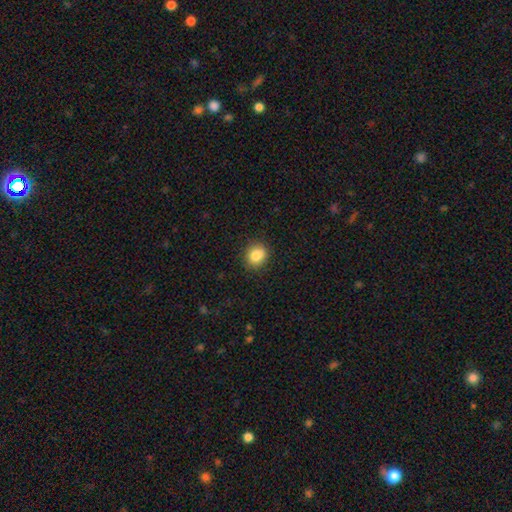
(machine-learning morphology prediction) Smooth or featured: smooth — 83% (star or artifact — 10%)
How rounded: round — 70% (in between — 28%)
Merging: none — 83% (minor disturbance — 12%)